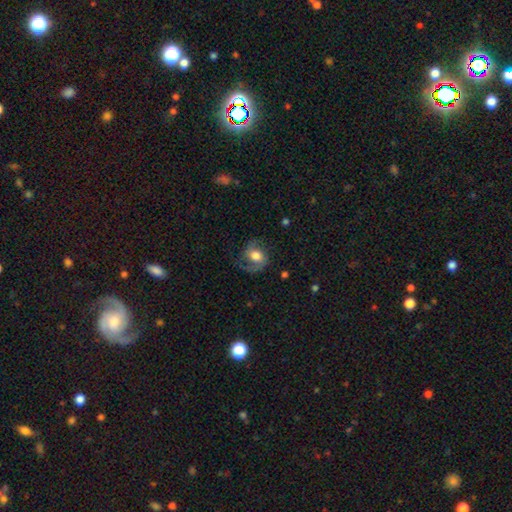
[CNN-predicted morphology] type=featured or disk (57%); edge-on=no (97%); bar=no (62%); spiral arms=yes (86%); bulge=moderate (44%); merging=none (60%).